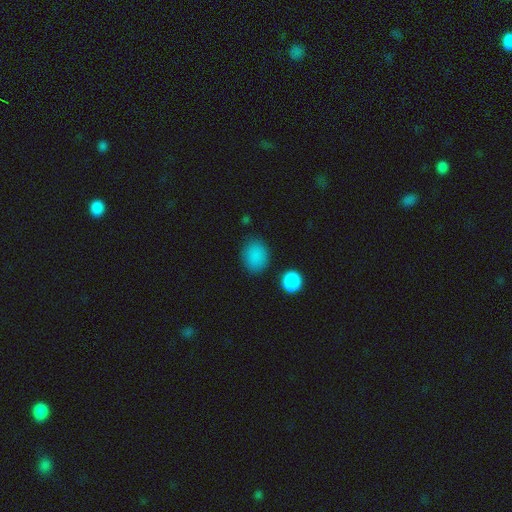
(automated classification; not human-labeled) smooth_or_featured: smooth (p=0.87) [alt: star or artifact p=0.09]
how_rounded: in between (p=0.57) [alt: round p=0.41]
merging: none (p=0.81) [alt: minor disturbance p=0.12]